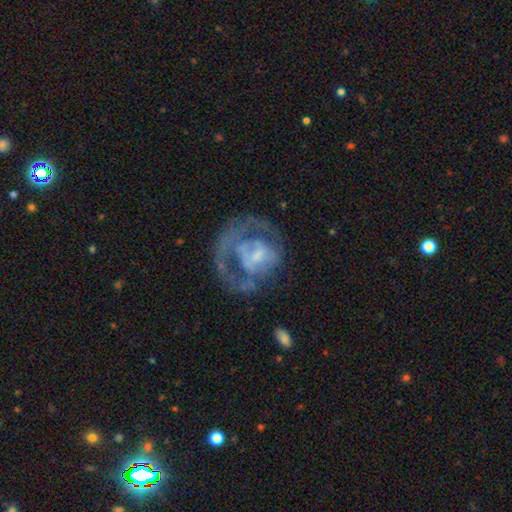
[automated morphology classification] Q: Smooth or featured?
A: featured or disk (71%); runner-up: smooth (20%)
Q: Edge-on disk?
A: no (98%); runner-up: yes (2%)
Q: Bar?
A: no (68%); runner-up: weak (26%)
Q: Spiral arms?
A: no (51%); runner-up: yes (49%)
Q: Bulge size?
A: small (36%); runner-up: moderate (29%)
Q: Merging?
A: none (41%); runner-up: major disturbance (38%)